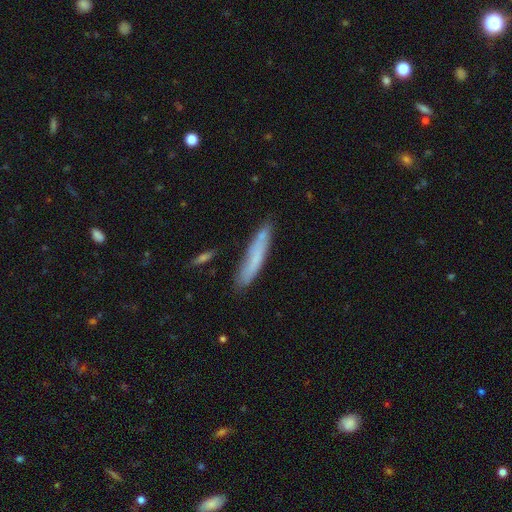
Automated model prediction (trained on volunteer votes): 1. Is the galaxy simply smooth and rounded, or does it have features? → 64% smooth, 28% featured or disk, 8% star or artifact.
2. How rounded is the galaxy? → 91% cigar-shaped, 8% in between, 1% round.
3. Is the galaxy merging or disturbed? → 77% none, 16% minor disturbance, 3% merger, 3% major disturbance.